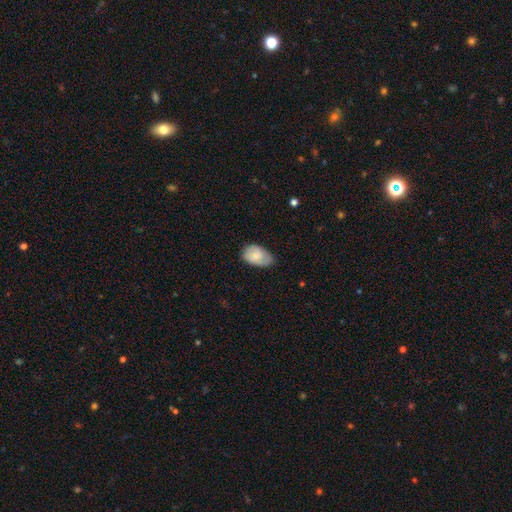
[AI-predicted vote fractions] Smooth or featured?
  - smooth: 62% *
  - featured or disk: 32%
  - star or artifact: 7%
How rounded?
  - in between: 89% *
  - round: 10%
  - cigar-shaped: 1%
Merging?
  - none: 58% *
  - minor disturbance: 33%
  - major disturbance: 7%
  - merger: 1%